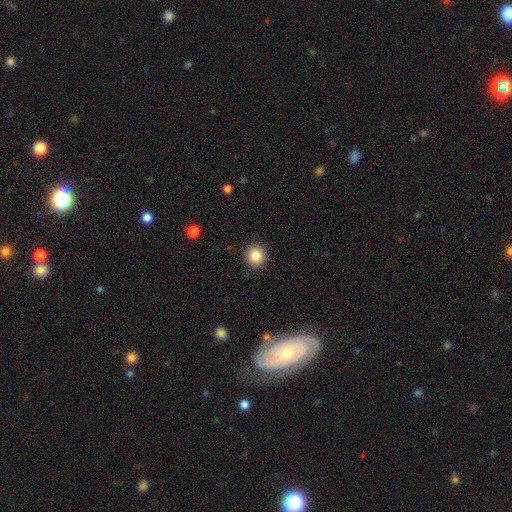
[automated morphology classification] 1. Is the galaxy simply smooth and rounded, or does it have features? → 84% smooth, 10% star or artifact, 6% featured or disk.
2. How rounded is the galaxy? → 92% round, 7% in between, 1% cigar-shaped.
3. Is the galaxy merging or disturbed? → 91% none, 6% minor disturbance, 2% major disturbance, 1% merger.